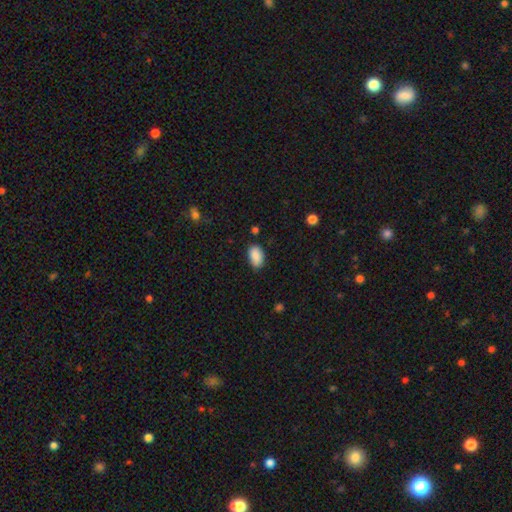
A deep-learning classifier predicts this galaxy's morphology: Smooth or featured? Predicted: smooth (p=0.89). How rounded? Predicted: in between (p=0.92). Merging? Predicted: none (p=0.77).